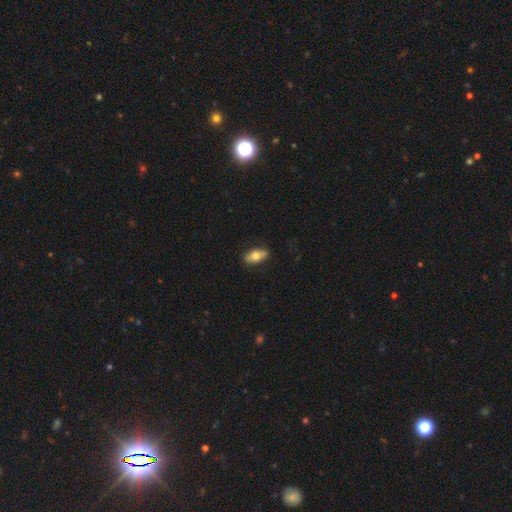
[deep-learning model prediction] Q: Smooth or featured?
A: smooth (68%); runner-up: featured or disk (25%)
Q: How rounded?
A: in between (83%); runner-up: cigar-shaped (13%)
Q: Merging?
A: none (83%); runner-up: minor disturbance (13%)